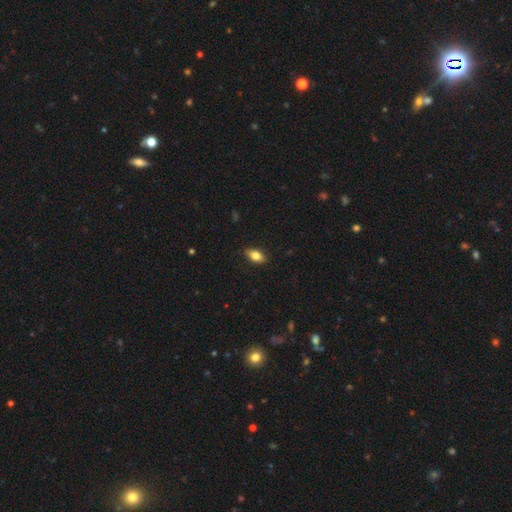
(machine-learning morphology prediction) Smooth or featured: smooth — 77% (featured or disk — 15%)
How rounded: in between — 87% (cigar-shaped — 7%)
Merging: none — 87% (minor disturbance — 10%)